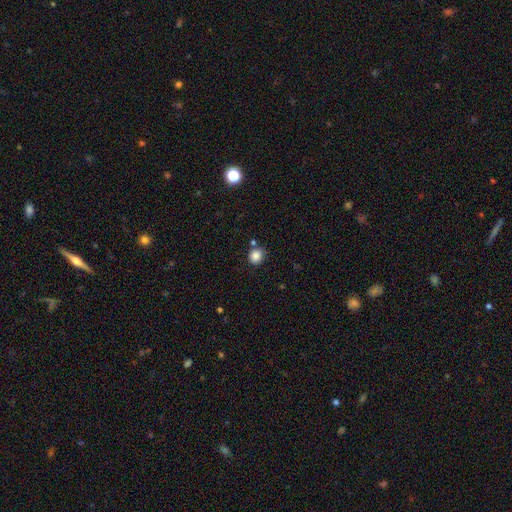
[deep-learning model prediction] smooth 85%, star or artifact 10%, featured or disk 4%. Down the decision tree: how rounded — round (80%); merging — none (77%).